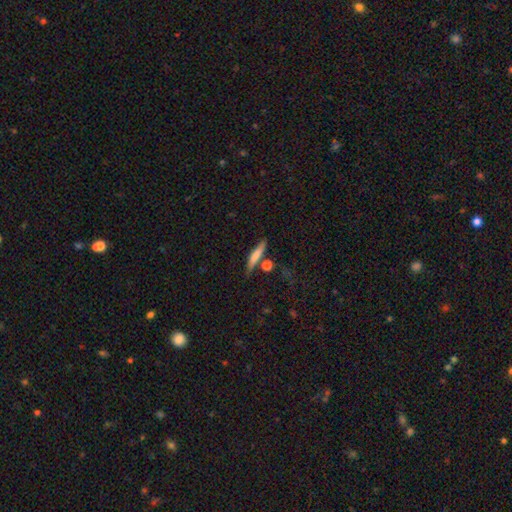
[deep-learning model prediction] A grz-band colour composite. It shows a smooth galaxy with no disk features (74%) that is cigar-shaped (85%). Merging: none (73%).